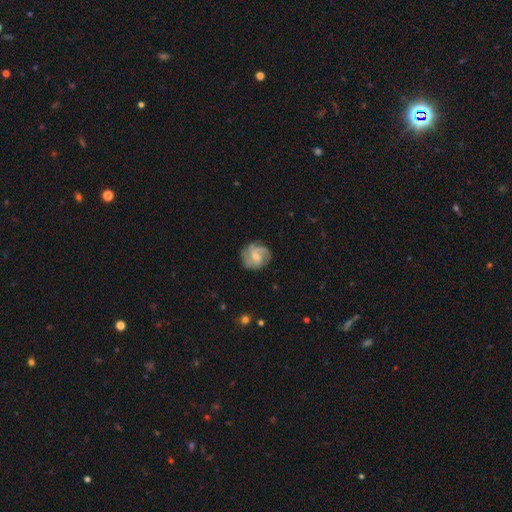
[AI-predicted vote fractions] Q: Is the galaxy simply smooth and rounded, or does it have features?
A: featured or disk — 74%.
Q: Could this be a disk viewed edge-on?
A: no — 98%.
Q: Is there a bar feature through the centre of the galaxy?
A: weak — 47%.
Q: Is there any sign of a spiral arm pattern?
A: yes — 94%.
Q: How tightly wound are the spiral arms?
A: medium — 46%.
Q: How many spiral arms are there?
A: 2 — 40%.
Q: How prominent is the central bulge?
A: small — 56%.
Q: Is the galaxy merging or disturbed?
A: none — 74%.